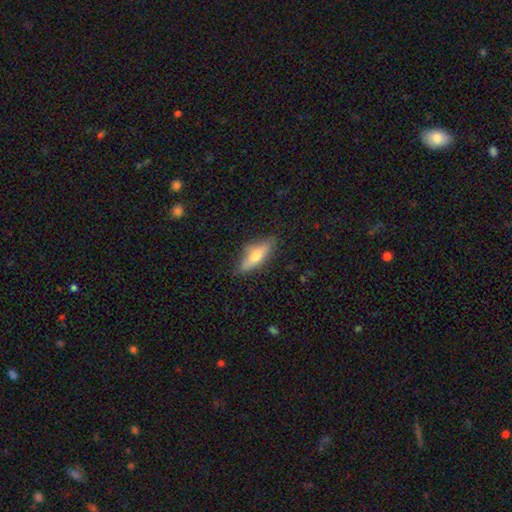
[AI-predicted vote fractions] The model was most divided on "how rounded": in between: 52%, cigar-shaped: 45%, round: 3%. More confident: merging — none (78%); smooth or featured — smooth (57%).